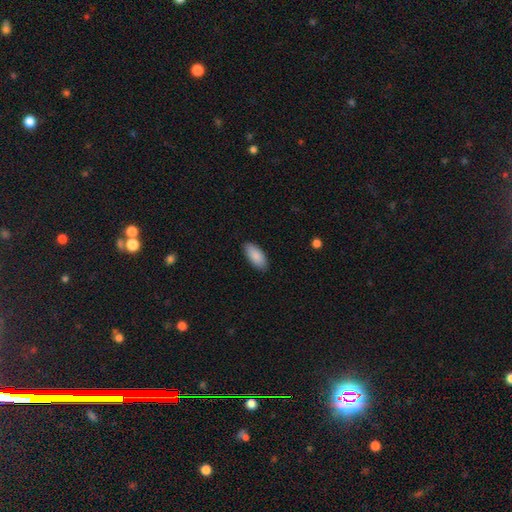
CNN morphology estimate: Smooth or featured?
  - smooth: 89% *
  - star or artifact: 6%
  - featured or disk: 5%
How rounded?
  - in between: 91% *
  - cigar-shaped: 8%
  - round: 2%
Merging?
  - none: 88% *
  - minor disturbance: 9%
  - major disturbance: 2%
  - merger: 1%